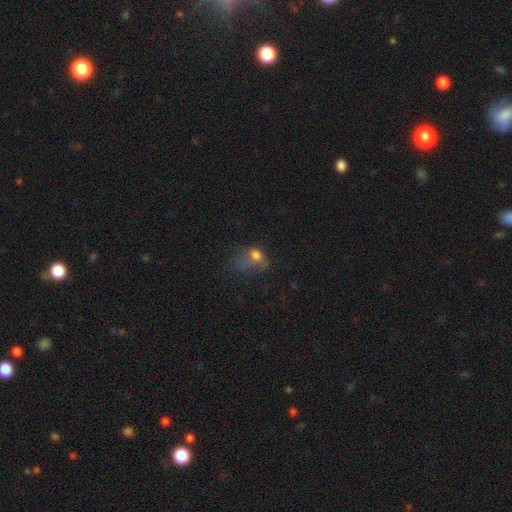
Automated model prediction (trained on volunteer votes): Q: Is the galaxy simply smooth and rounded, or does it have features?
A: smooth — 67%.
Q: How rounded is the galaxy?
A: in between — 60%.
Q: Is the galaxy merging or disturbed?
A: major disturbance — 50%.